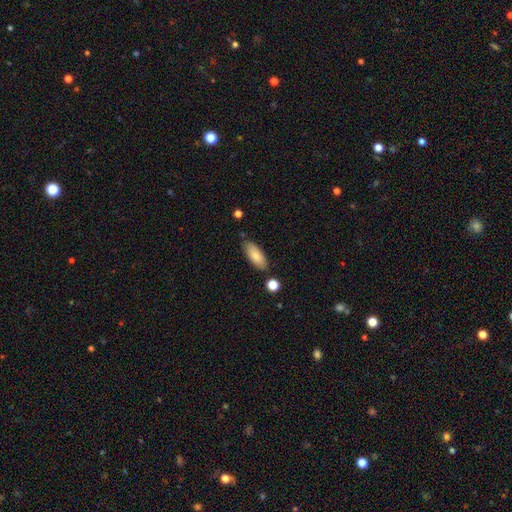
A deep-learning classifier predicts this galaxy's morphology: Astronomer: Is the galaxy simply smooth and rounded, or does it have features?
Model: smooth — 79%.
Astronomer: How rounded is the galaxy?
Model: in between — 81%.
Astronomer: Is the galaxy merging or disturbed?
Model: none — 81%.